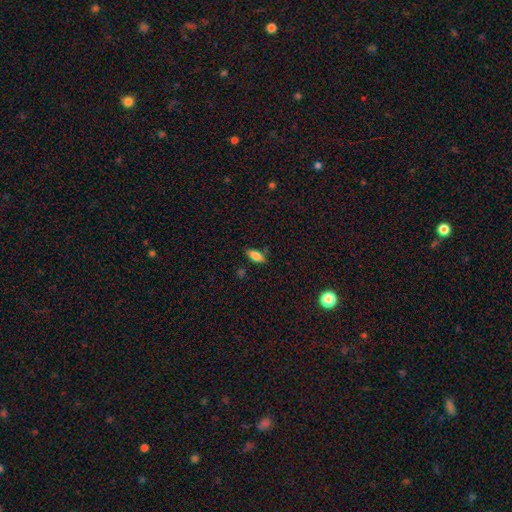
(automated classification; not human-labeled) smooth 81%, featured or disk 10%, star or artifact 8%. Down the decision tree: how rounded — in between (86%); merging — none (81%).